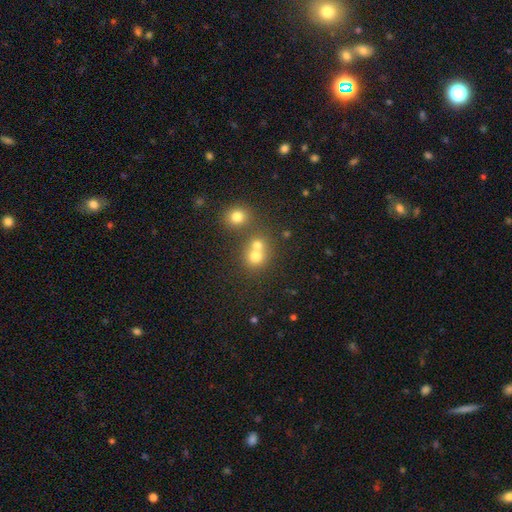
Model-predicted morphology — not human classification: A smooth galaxy with no disk features (73%) that is round (83%).

Vote fractions:
- Smooth or featured? smooth: 73% / star or artifact: 16% / featured or disk: 12%
- How rounded? round: 83% / in between: 16% / cigar-shaped: 1%
- Merging? merger: 47% / none: 43% / minor disturbance: 6% / major disturbance: 3%